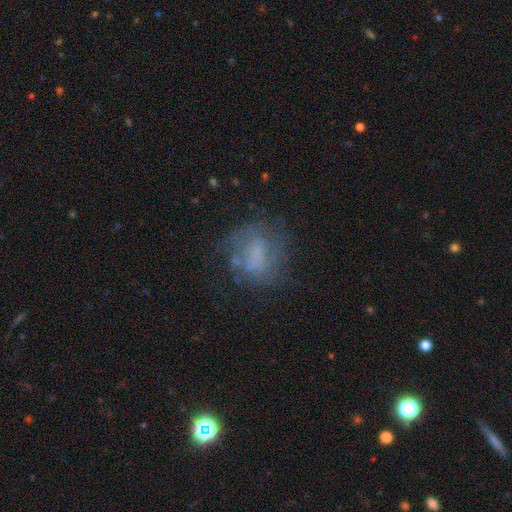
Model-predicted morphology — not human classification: This is possibly a featured or disk galaxy (48%). Merging: possibly none (56%).